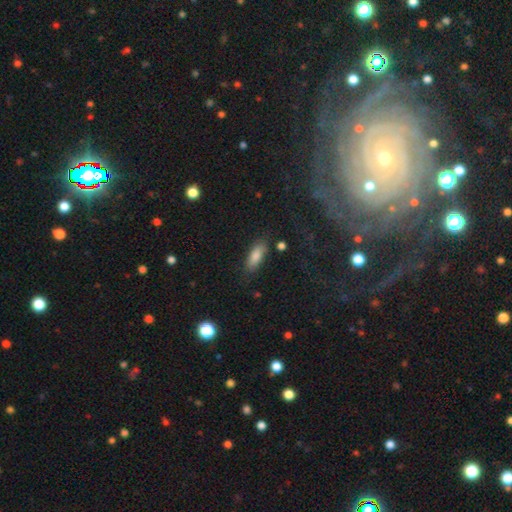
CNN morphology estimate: Smooth or featured?
  - smooth: 80% *
  - featured or disk: 11%
  - star or artifact: 10%
How rounded?
  - in between: 67% *
  - cigar-shaped: 30%
  - round: 3%
Merging?
  - none: 80% *
  - minor disturbance: 14%
  - major disturbance: 4%
  - merger: 2%